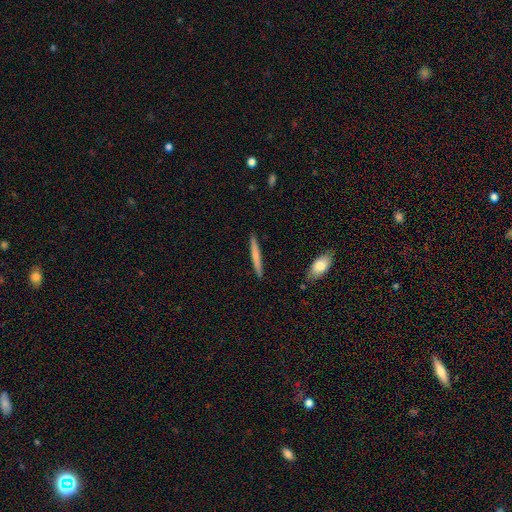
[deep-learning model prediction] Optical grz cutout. It shows a smooth galaxy with no disk features (63%) that is cigar-shaped (95%). Merging: none (91%).